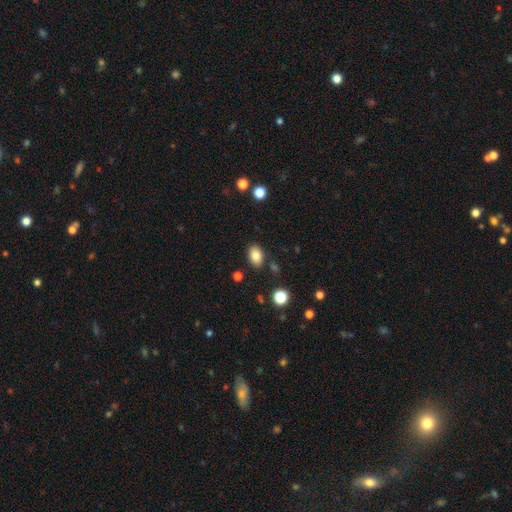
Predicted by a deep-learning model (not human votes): Smooth or featured? Predicted: smooth (p=0.83). How rounded? Predicted: in between (p=0.84). Merging? Predicted: none (p=0.84).